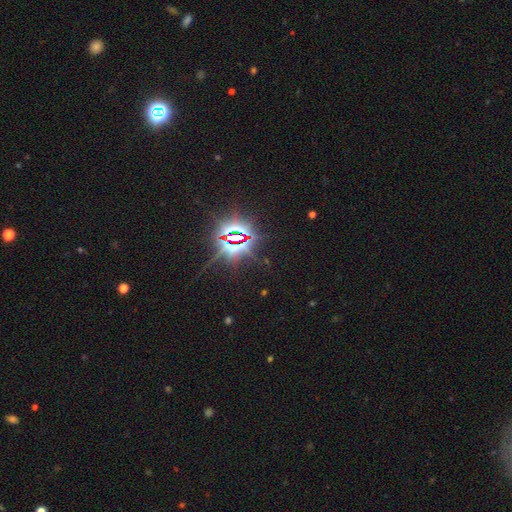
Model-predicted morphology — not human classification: A star or artifact, not a galaxy (85%).

Vote fractions:
- Smooth or featured? star or artifact: 85% / smooth: 9% / featured or disk: 7%